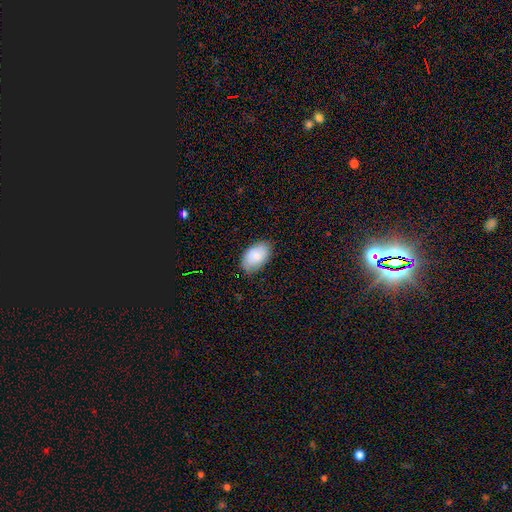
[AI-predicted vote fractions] A smooth galaxy with no disk features (80%) that is in between round and cigar-shaped (93%).

Vote fractions:
- Smooth or featured? smooth: 80% / featured or disk: 13% / star or artifact: 6%
- How rounded? in between: 93% / round: 5% / cigar-shaped: 1%
- Merging? none: 80% / minor disturbance: 16% / major disturbance: 3% / merger: 1%